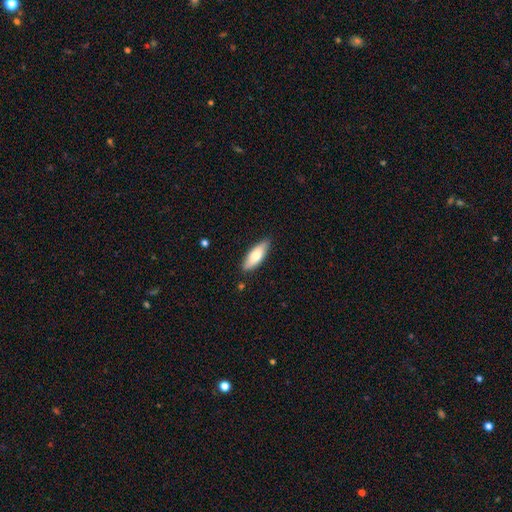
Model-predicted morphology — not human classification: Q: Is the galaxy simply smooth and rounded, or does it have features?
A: smooth — 75%.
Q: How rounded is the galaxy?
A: in between — 63%.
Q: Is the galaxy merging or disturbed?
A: none — 85%.